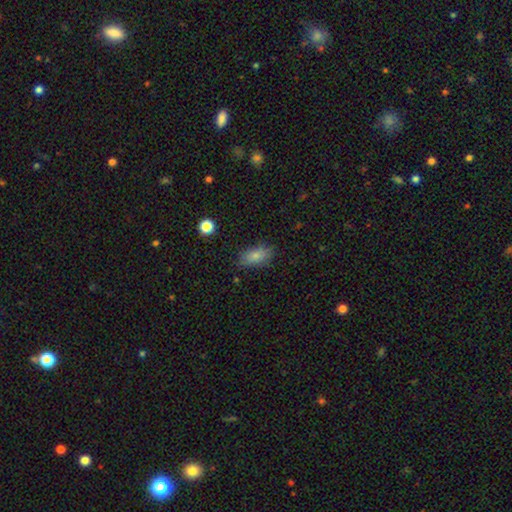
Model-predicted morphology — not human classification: smooth-or-featured: smooth: 82% | featured or disk: 9% | star or artifact: 9%
  how-rounded: in between: 89% | cigar-shaped: 6% | round: 5%
  merging: none: 79% | minor disturbance: 16% | major disturbance: 4% | merger: 2%